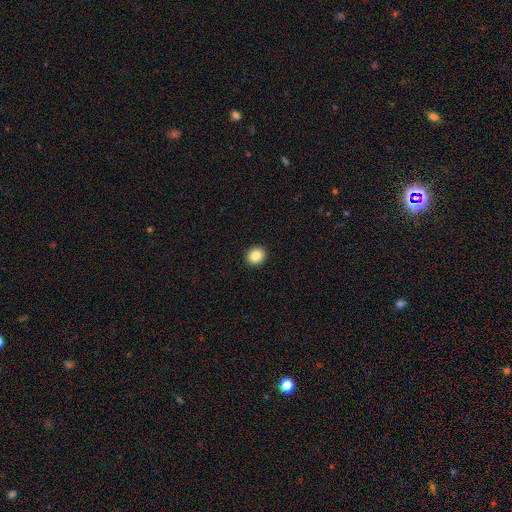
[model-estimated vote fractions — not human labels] A smooth galaxy with no disk features (85%) that is round (84%).

Vote fractions:
- Smooth or featured? smooth: 85% / star or artifact: 10% / featured or disk: 5%
- How rounded? round: 84% / in between: 15% / cigar-shaped: 1%
- Merging? none: 93% / minor disturbance: 4% / major disturbance: 1% / merger: 1%